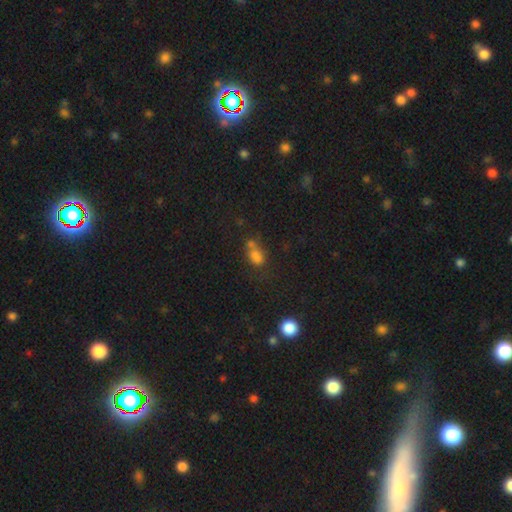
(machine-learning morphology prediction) A smooth galaxy with no disk features (69%) that is in between round and cigar-shaped (66%).

Vote fractions:
- Smooth or featured? smooth: 69% / star or artifact: 19% / featured or disk: 12%
- How rounded? in between: 66% / round: 30% / cigar-shaped: 4%
- Merging? merger: 38% / none: 35% / minor disturbance: 16% / major disturbance: 10%